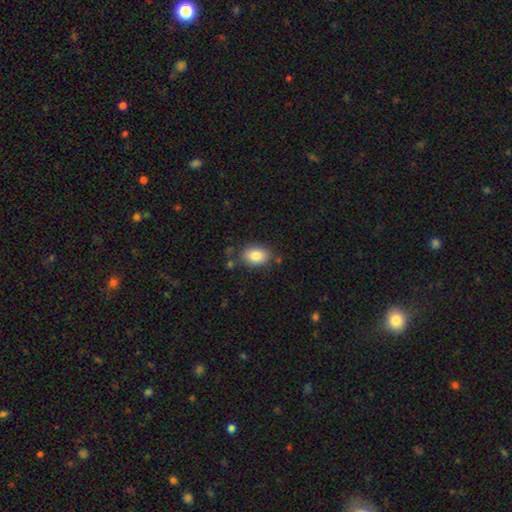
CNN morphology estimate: type=smooth (84%); roundness=in between (80%); merging=none (78%).